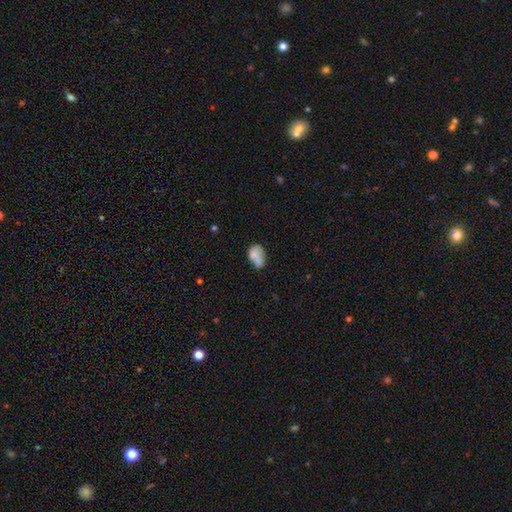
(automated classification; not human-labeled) This is likely a smooth galaxy (71%). How rounded: clearly in between (80%). Merging: marginally merger (35%).